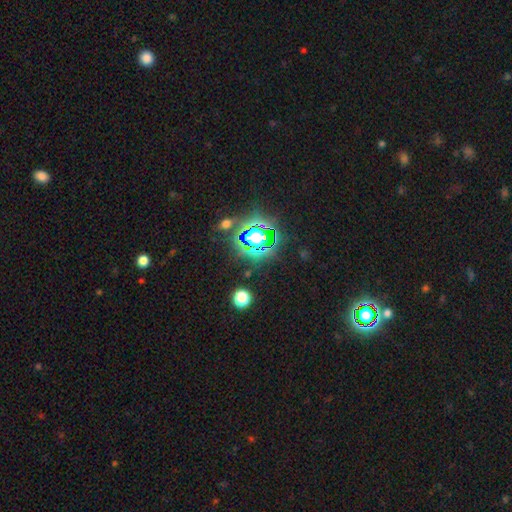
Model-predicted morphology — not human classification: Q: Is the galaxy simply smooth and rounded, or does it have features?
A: star or artifact — 80%.